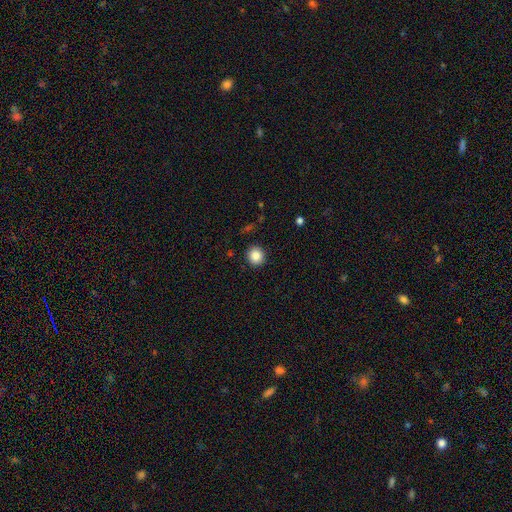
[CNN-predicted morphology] This appears to be a smooth galaxy with no disk features (86%) that is round (92%). Merging: none (92%).